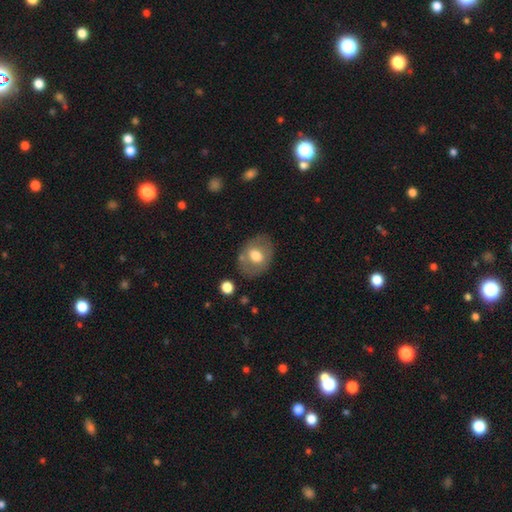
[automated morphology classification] smooth 63%, featured or disk 30%, star or artifact 8%. Down the decision tree: how rounded — in between (56%); merging — none (74%).